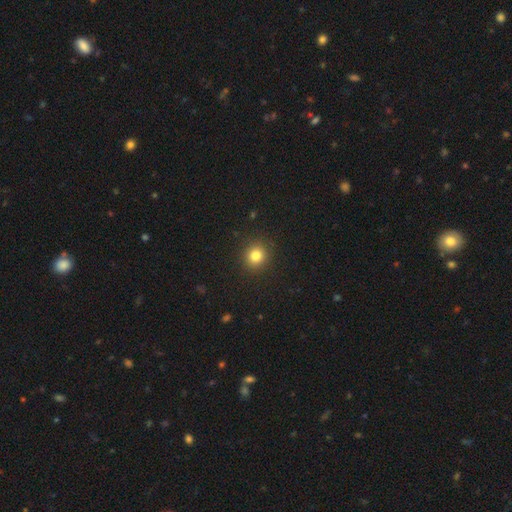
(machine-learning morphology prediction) Smooth or featured? smooth (82%)
How rounded? round (87%)
Merging? none (91%)